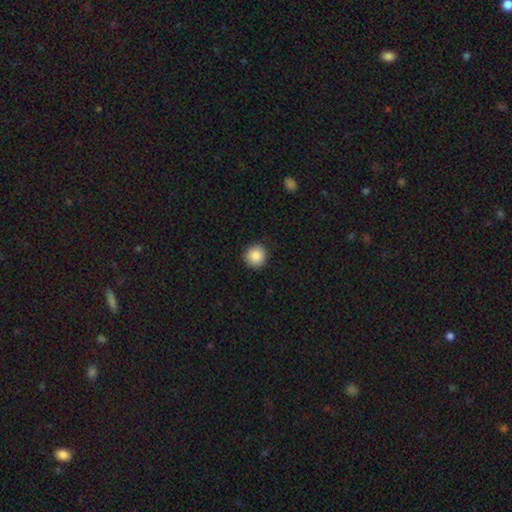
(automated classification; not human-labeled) Q: Smooth or featured?
A: smooth (88%); runner-up: star or artifact (8%)
Q: How rounded?
A: round (94%); runner-up: in between (5%)
Q: Merging?
A: none (91%); runner-up: minor disturbance (6%)